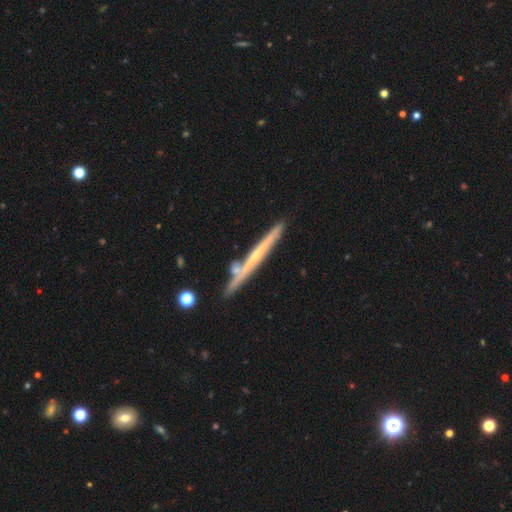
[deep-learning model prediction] featured or disk 71%, smooth 23%, star or artifact 6%. Down the decision tree: edge-on disk — yes (94%); edge-on bulge — none (52%); merging — none (72%).